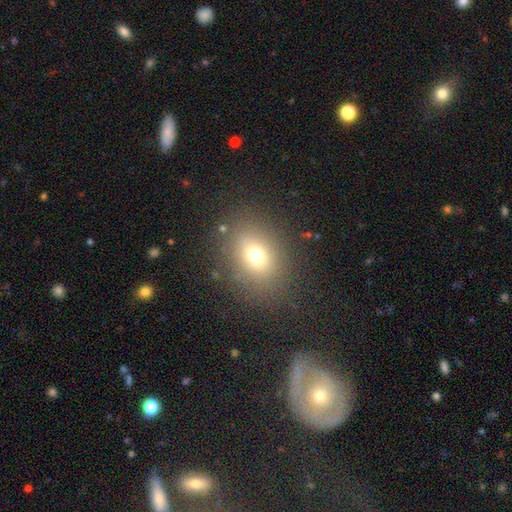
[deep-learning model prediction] smooth_or_featured: smooth (p=0.70) [alt: star or artifact p=0.17]
how_rounded: in between (p=0.54) [alt: round p=0.45]
merging: none (p=0.82) [alt: minor disturbance p=0.10]